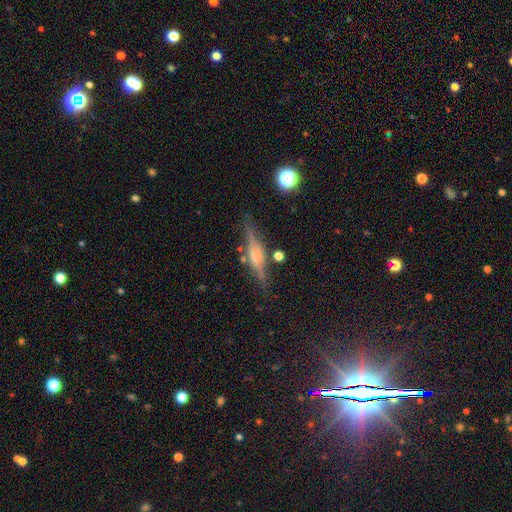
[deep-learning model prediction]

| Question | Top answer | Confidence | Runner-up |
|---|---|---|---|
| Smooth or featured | featured or disk | 70% | smooth (22%) |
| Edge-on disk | yes | 95% | no (5%) |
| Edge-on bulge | rounded | 69% | boxy (22%) |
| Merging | none | 80% | minor disturbance (13%) |